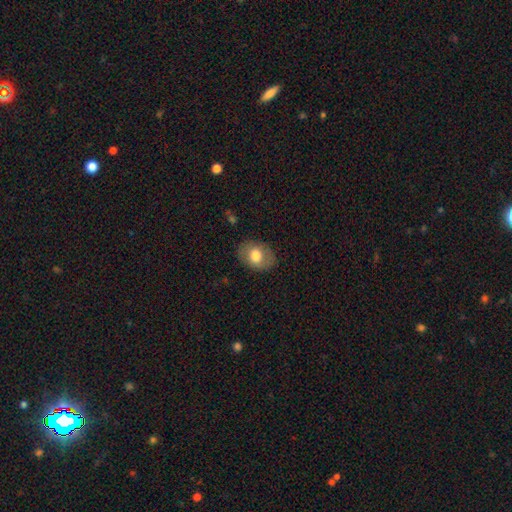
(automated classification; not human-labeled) smooth_or_featured: smooth (p=0.71) [alt: featured or disk p=0.22]
how_rounded: in between (p=0.69) [alt: round p=0.30]
merging: none (p=0.82) [alt: minor disturbance p=0.13]